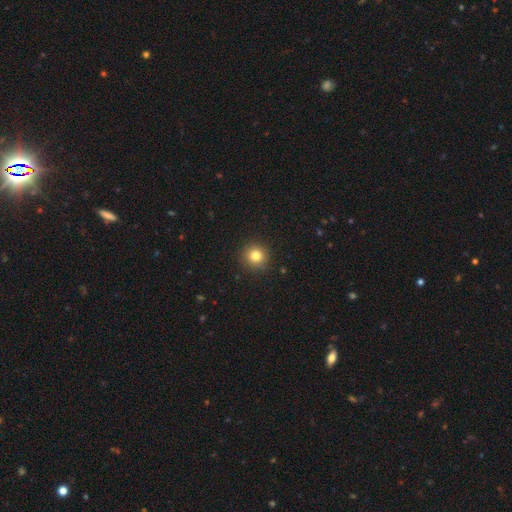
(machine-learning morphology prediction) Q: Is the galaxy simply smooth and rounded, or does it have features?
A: smooth — 81%.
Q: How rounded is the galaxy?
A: round — 93%.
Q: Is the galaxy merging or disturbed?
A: none — 92%.